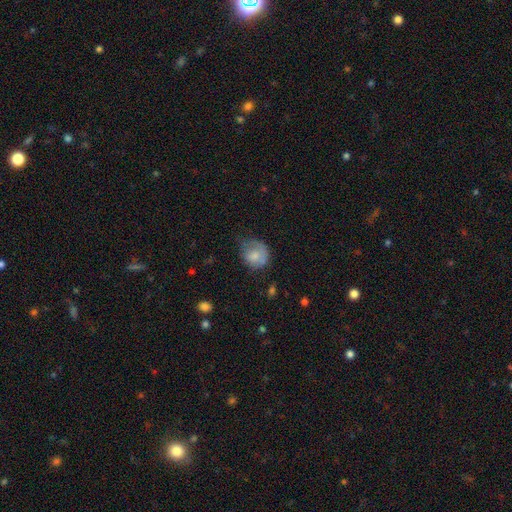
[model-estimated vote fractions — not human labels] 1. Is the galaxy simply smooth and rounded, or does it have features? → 72% smooth, 20% featured or disk, 8% star or artifact.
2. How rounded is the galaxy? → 68% round, 31% in between, 1% cigar-shaped.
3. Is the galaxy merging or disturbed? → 37% none, 36% minor disturbance, 24% major disturbance, 2% merger.